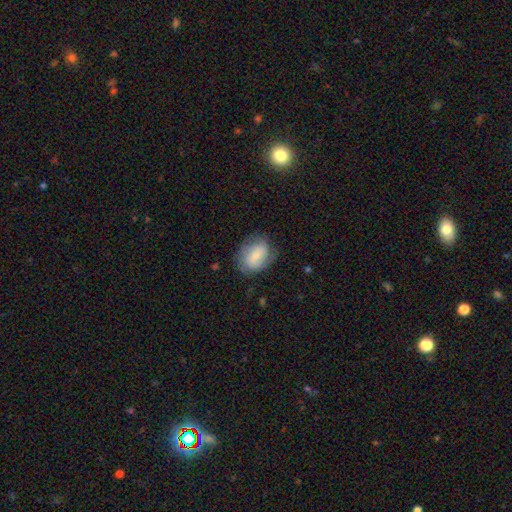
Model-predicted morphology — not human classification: Smooth or featured? Predicted: smooth (p=0.63). How rounded? Predicted: in between (p=0.70). Merging? Predicted: none (p=0.66).